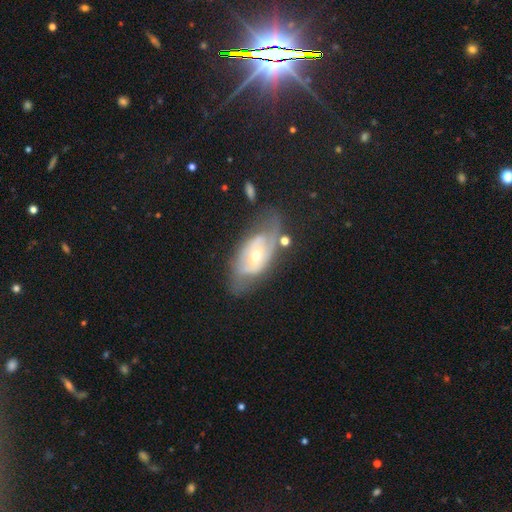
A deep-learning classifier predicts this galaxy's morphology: The model was most divided on "bulge size": moderate: 51%, small: 43%, large: 3%, dominant: 1%, none: 1%. Remaining: edge-on disk — no (91%); smooth or featured — featured or disk (71%); spiral arms — yes (68%); merging — none (53%); bar — no (48%).